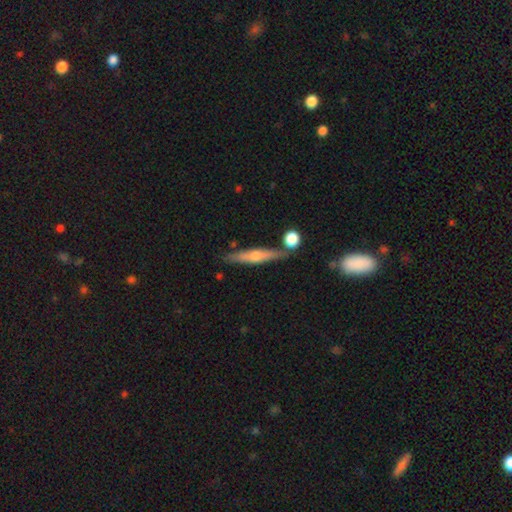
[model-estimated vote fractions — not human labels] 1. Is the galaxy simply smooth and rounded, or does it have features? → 58% featured or disk, 35% smooth, 6% star or artifact.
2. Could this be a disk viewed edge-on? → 94% yes, 6% no.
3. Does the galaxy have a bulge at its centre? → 85% rounded, 9% none, 6% boxy.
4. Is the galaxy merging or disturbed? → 79% none, 11% minor disturbance, 7% merger, 2% major disturbance.